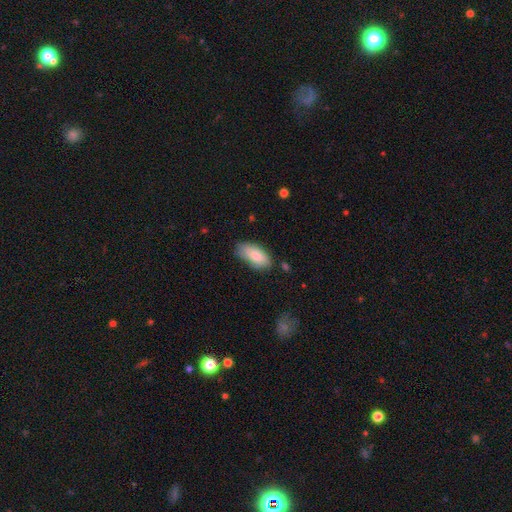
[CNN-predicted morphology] smooth 83%, featured or disk 11%, star or artifact 6%. Down the decision tree: how rounded — in between (91%); merging — none (70%).